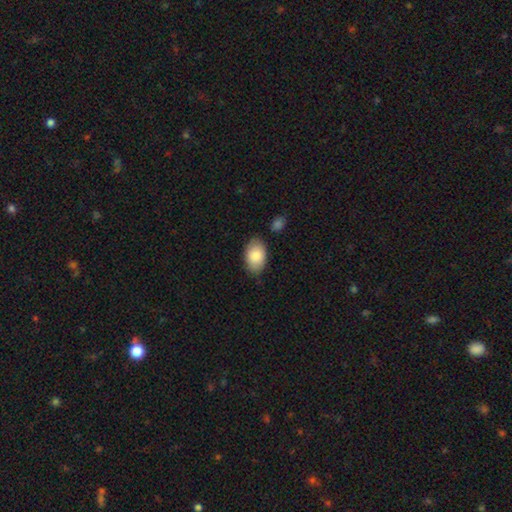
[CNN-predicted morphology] This is clearly a smooth galaxy (85%). How rounded: clearly in between (90%). Merging: likely none (80%).